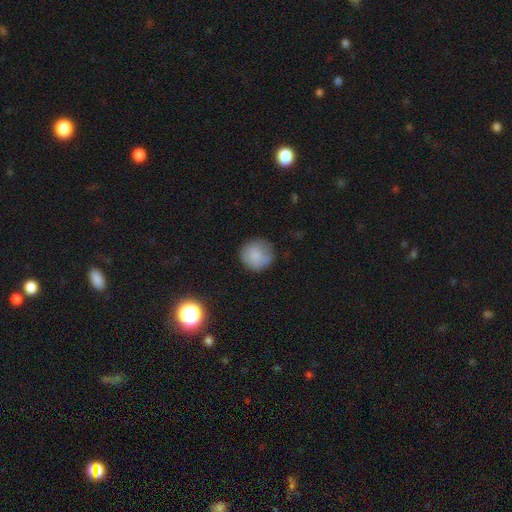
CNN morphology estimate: smooth 83%, featured or disk 9%, star or artifact 8%. Down the decision tree: how rounded — round (93%); merging — none (78%).